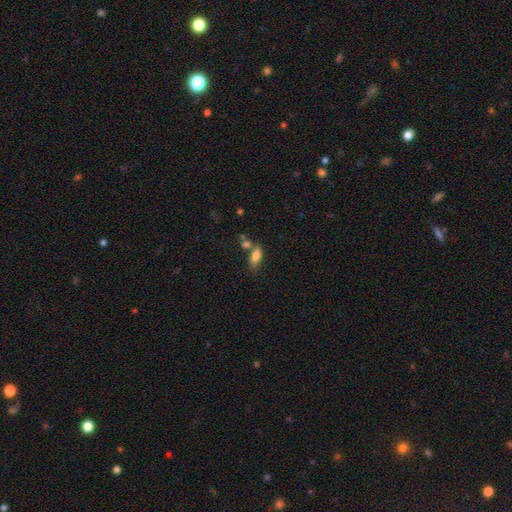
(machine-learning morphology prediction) type=smooth (80%); roundness=in between (80%); merging=none (51%).